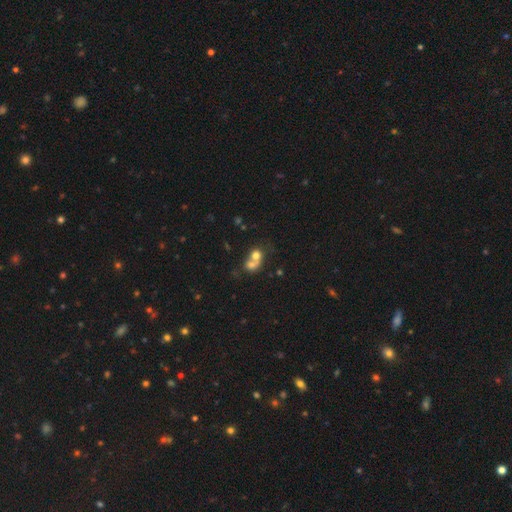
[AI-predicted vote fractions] Smooth or featured: smooth — 65% (featured or disk — 23%)
How rounded: round — 68% (in between — 31%)
Merging: merger — 70% (none — 19%)